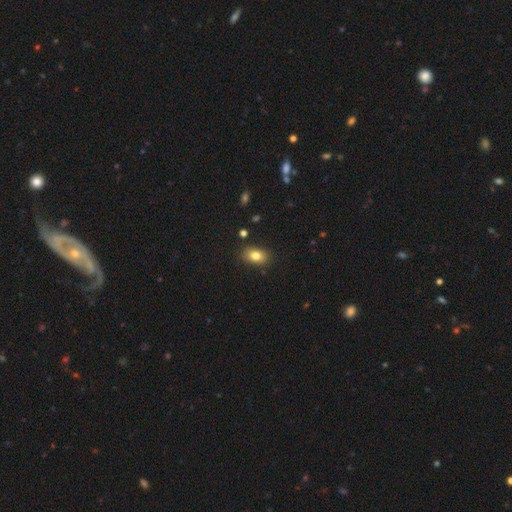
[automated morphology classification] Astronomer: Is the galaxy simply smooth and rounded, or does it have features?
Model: smooth — 82%.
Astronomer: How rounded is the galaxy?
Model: in between — 86%.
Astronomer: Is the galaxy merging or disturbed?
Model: none — 86%.